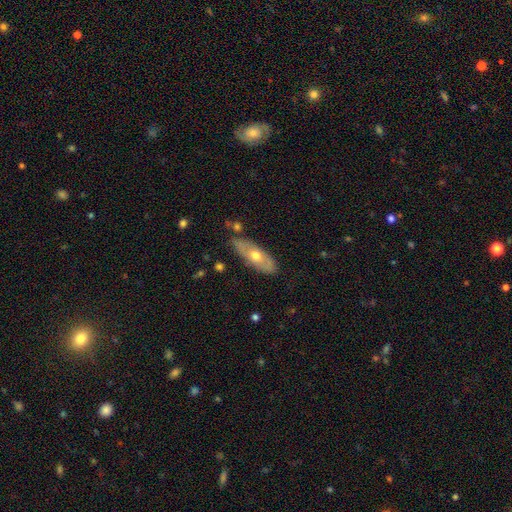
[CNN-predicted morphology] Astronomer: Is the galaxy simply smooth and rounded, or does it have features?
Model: featured or disk — 50% (runner-up: smooth, 43%).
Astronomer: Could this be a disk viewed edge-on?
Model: no — 65%.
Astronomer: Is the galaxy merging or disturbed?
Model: none — 76%.